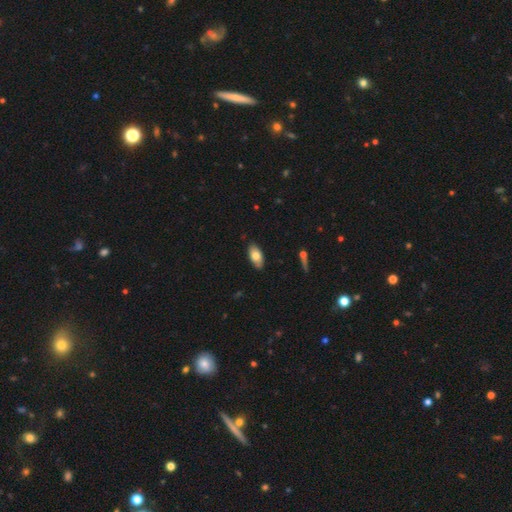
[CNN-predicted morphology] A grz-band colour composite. It shows a smooth galaxy with no disk features (77%) that is in between round and cigar-shaped (93%). Merging: none (86%).